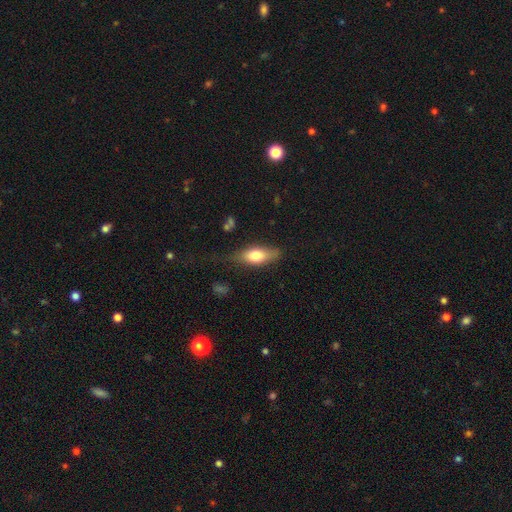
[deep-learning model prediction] Smooth or featured?
  - smooth: 68% *
  - featured or disk: 26%
  - star or artifact: 7%
How rounded?
  - in between: 71% *
  - cigar-shaped: 24%
  - round: 4%
Merging?
  - none: 71% *
  - minor disturbance: 21%
  - major disturbance: 6%
  - merger: 2%